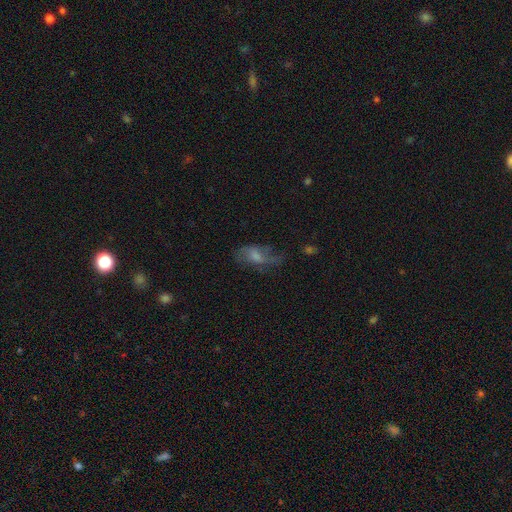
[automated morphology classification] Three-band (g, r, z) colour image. It shows a featured or disk galaxy (52%). Merging: none (53%).